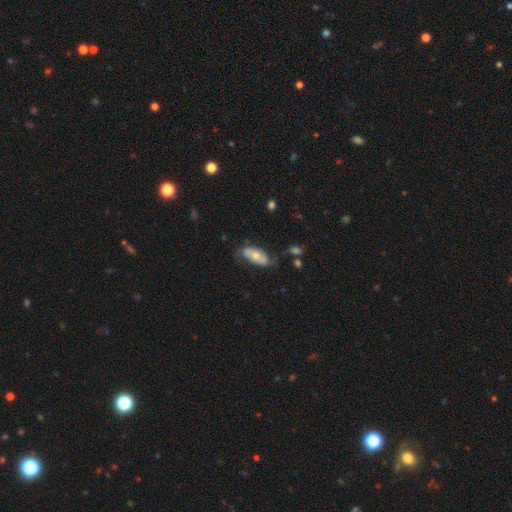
smooth 53%, featured or disk 42%, star or artifact 5%. Down the decision tree: how rounded — in between (90%); merging — none (58%).